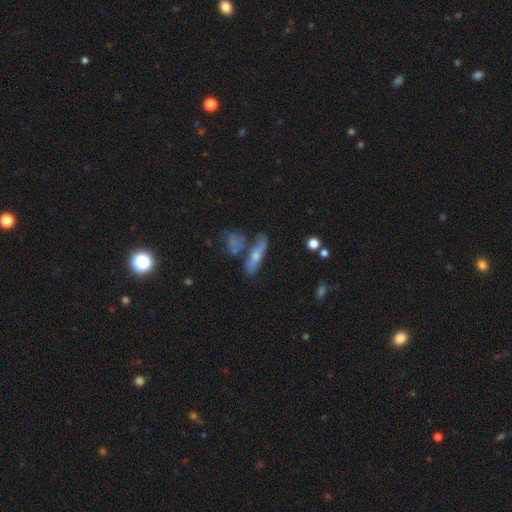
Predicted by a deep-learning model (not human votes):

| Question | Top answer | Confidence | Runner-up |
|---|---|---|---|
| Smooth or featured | smooth | 52% | featured or disk (40%) |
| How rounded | cigar-shaped | 66% | in between (29%) |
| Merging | none | 60% | minor disturbance (17%) |